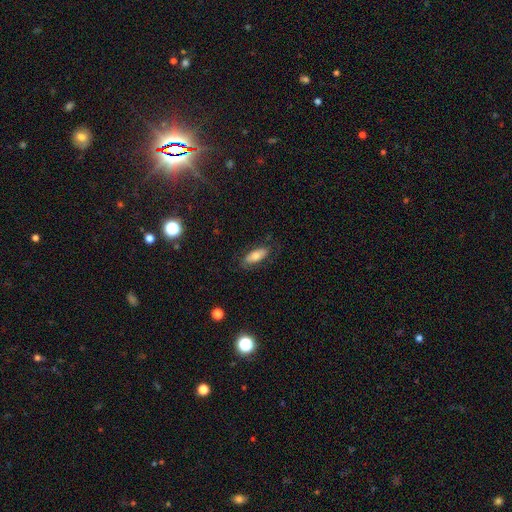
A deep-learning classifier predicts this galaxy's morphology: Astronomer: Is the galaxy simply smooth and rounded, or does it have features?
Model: smooth — 67%.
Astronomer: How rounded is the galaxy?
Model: in between — 78%.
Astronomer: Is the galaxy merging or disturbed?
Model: none — 77%.